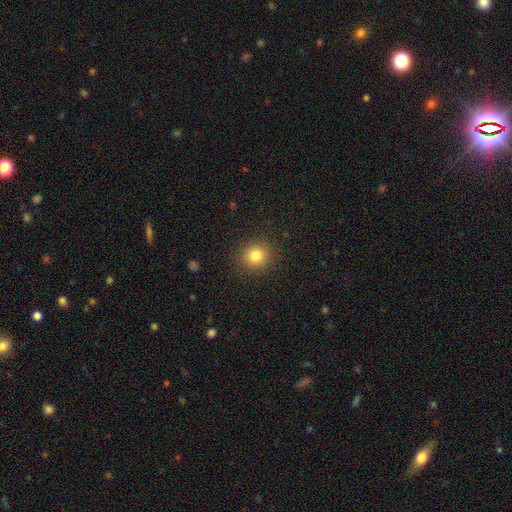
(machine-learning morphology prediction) Overall: smooth (82%). How rounded: round (88%). Merging: none (90%).